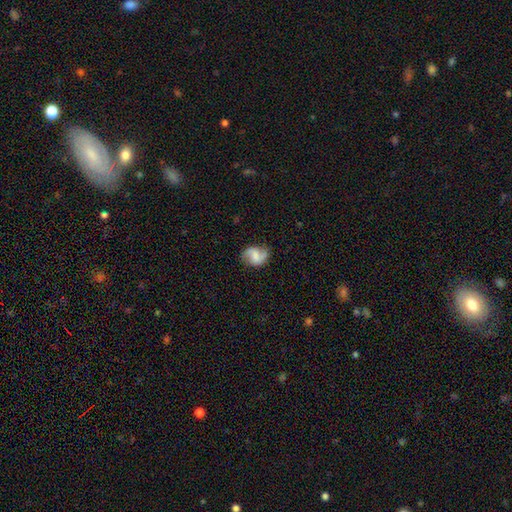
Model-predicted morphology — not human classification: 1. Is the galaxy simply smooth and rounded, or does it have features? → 69% featured or disk, 23% smooth, 7% star or artifact.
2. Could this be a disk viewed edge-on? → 98% no, 2% yes.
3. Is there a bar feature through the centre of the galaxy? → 48% weak, 32% no, 20% strong.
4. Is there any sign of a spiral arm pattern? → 94% yes, 6% no.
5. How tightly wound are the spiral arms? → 51% loose, 38% medium, 11% tight.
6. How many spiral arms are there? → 89% 2, 5% 1, 4% can't tell, 1% 3, 1% 4, 1% more than 4.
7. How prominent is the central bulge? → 38% none, 28% small, 24% moderate, 8% large, 2% dominant.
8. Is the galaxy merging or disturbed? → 74% none, 18% minor disturbance, 7% major disturbance, 2% merger.